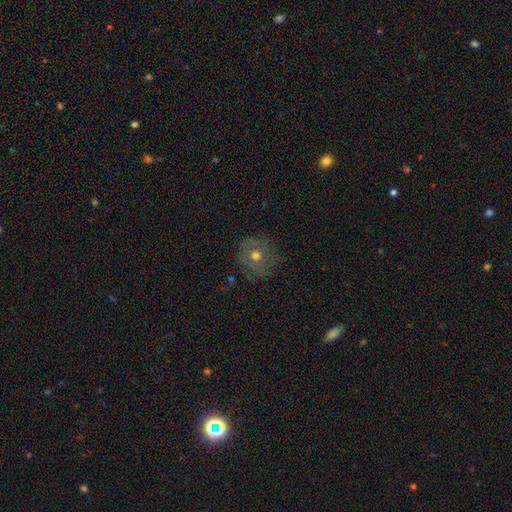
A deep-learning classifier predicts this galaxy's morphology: Overall: smooth (47%; featured or disk 39%). Merging: none (79%).